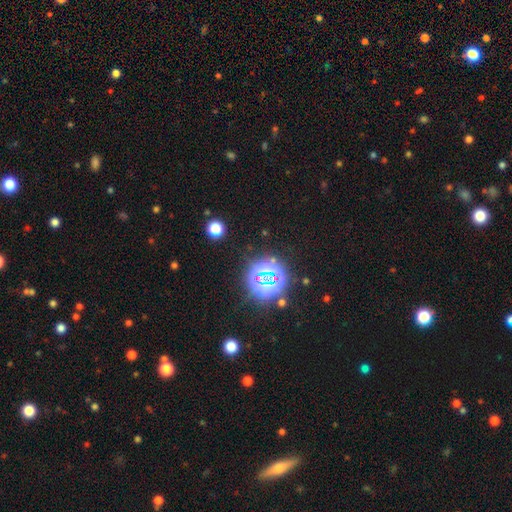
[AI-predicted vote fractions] Smooth or featured? star or artifact (78%)